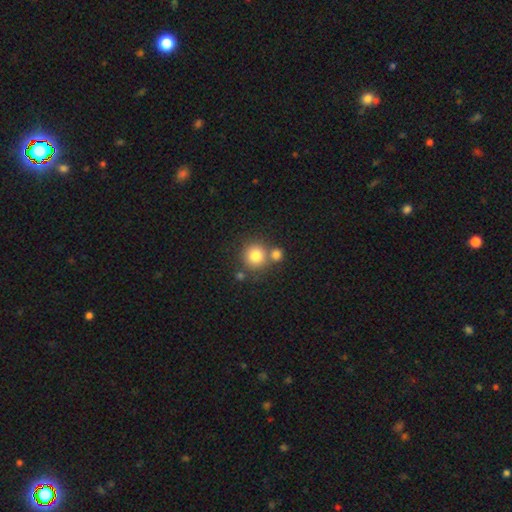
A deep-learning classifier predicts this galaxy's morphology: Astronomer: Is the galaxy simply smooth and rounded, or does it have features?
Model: smooth — 79%.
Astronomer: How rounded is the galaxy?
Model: round — 91%.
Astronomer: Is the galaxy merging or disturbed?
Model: none — 63%.